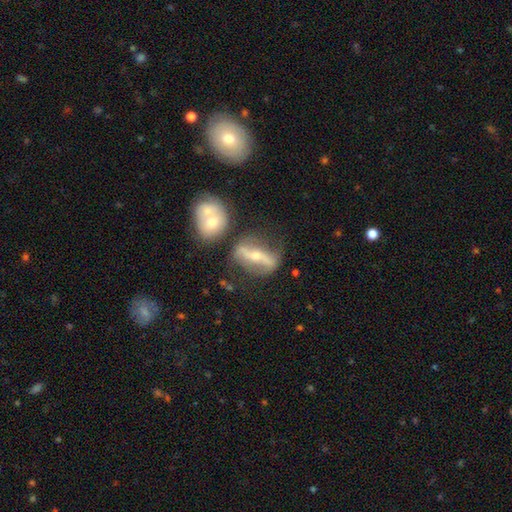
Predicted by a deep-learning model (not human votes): Smooth or featured? Predicted: featured or disk (p=0.78). Edge-on disk? Predicted: no (p=0.66). Bar? Predicted: strong (p=0.76). Spiral arms? Predicted: yes (p=0.59). Bulge size? Predicted: moderate (p=0.51). Merging? Predicted: none (p=0.61).